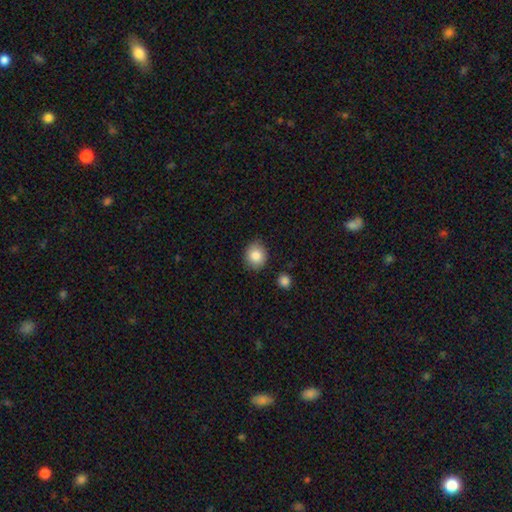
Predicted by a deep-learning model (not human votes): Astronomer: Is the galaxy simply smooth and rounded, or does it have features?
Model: smooth — 85%.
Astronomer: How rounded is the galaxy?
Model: round — 73%.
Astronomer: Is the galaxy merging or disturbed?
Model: none — 86%.